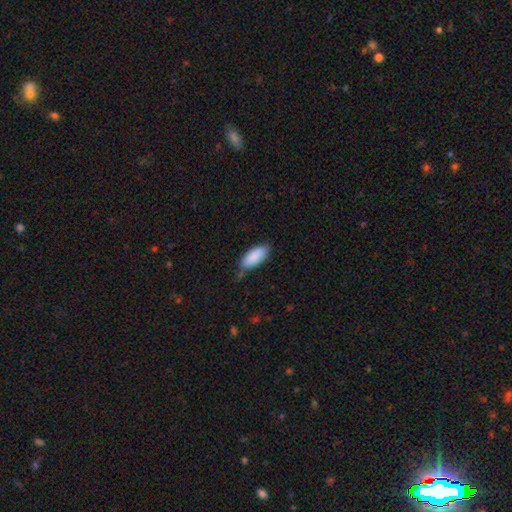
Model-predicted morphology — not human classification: smooth_or_featured: smooth (p=0.89) [alt: star or artifact p=0.06]
how_rounded: in between (p=0.86) [alt: cigar-shaped p=0.12]
merging: none (p=0.64) [alt: minor disturbance p=0.28]